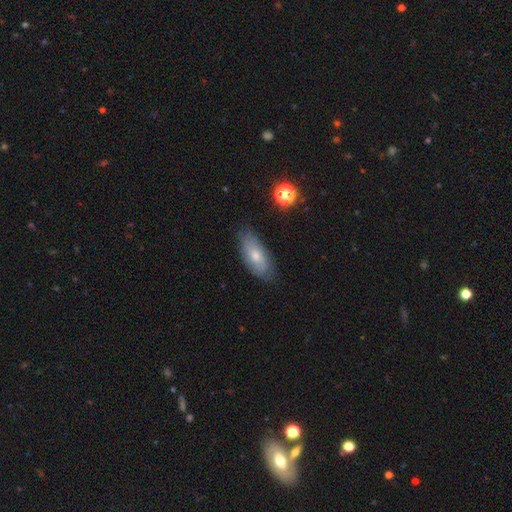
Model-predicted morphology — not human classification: Smooth or featured? smooth (62%)
How rounded? in between (84%)
Merging? none (75%)